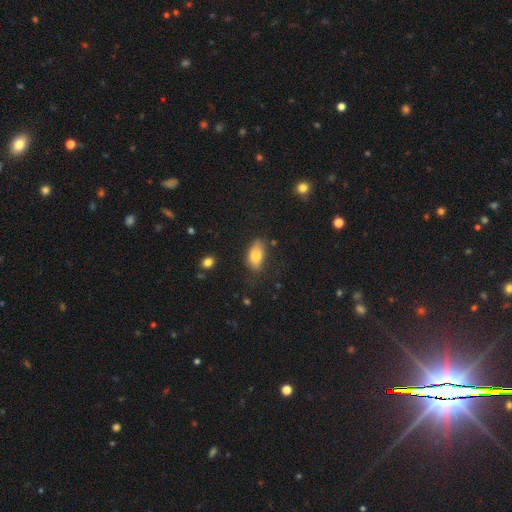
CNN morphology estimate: Smooth or featured? Predicted: smooth (p=0.77). How rounded? Predicted: in between (p=0.89). Merging? Predicted: none (p=0.70).